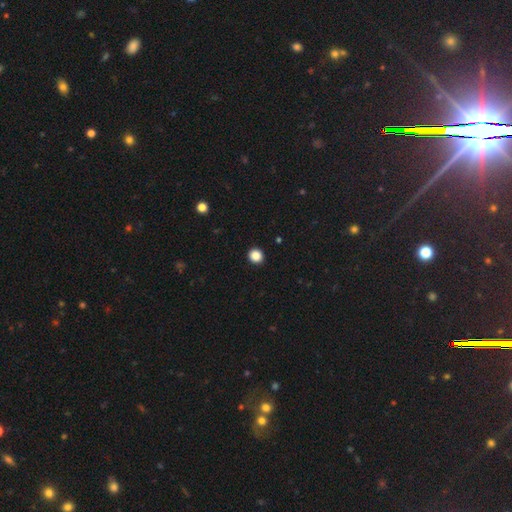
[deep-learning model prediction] Smooth or featured? Predicted: smooth (p=0.87). How rounded? Predicted: round (p=0.91). Merging? Predicted: none (p=0.94).